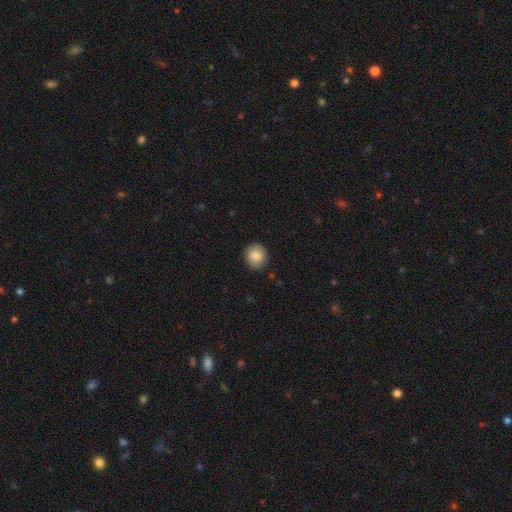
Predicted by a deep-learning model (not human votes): smooth-or-featured: smooth: 84% | featured or disk: 8% | star or artifact: 8%
  how-rounded: round: 82% | in between: 17% | cigar-shaped: 1%
  merging: none: 86% | minor disturbance: 10% | major disturbance: 2% | merger: 1%